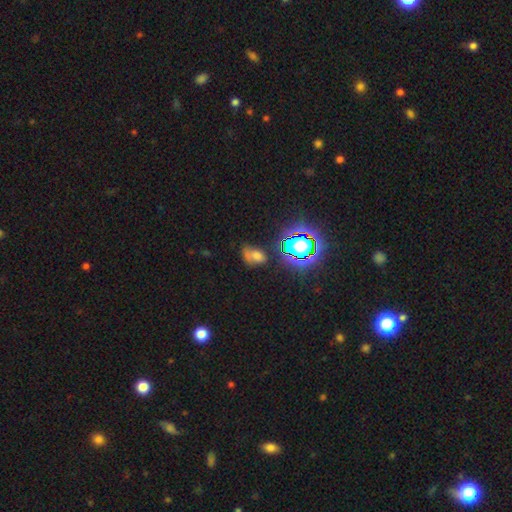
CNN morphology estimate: type=smooth (56%); roundness=in between (78%); merging=none (40%).